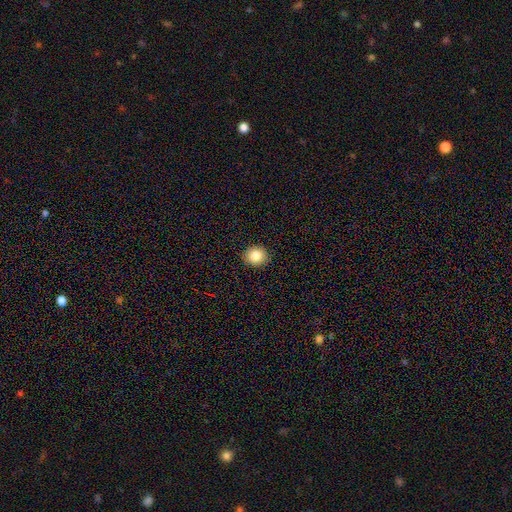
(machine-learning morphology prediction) smooth 84%, star or artifact 9%, featured or disk 6%. Down the decision tree: how rounded — round (80%); merging — none (91%).